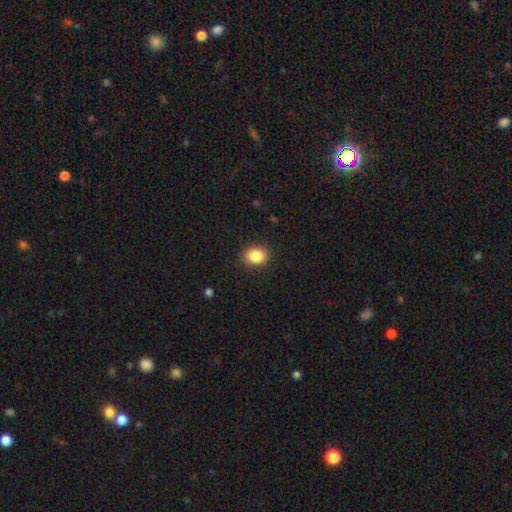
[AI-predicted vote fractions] The model was most divided on "how rounded": in between: 50%, round: 49%, cigar-shaped: 1%. More confident: merging — none (89%); smooth or featured — smooth (85%).